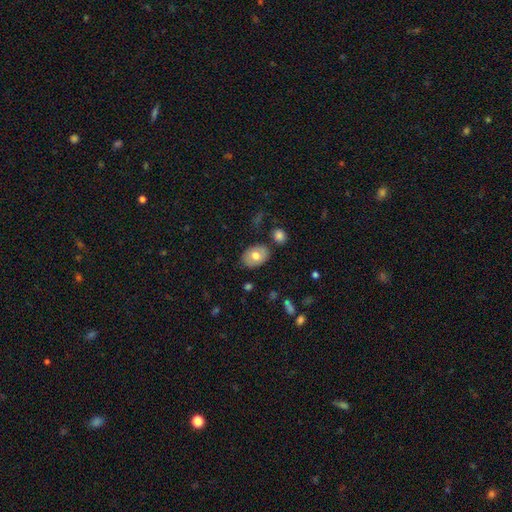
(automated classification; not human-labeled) Q: Smooth or featured?
A: smooth (69%); runner-up: featured or disk (24%)
Q: How rounded?
A: in between (79%); runner-up: round (20%)
Q: Merging?
A: none (81%); runner-up: minor disturbance (12%)